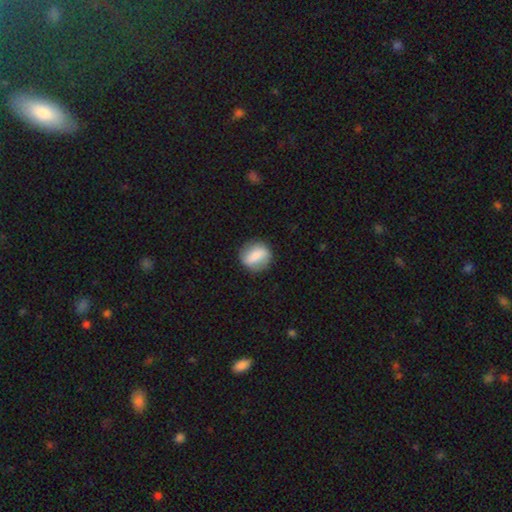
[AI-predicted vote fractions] A smooth galaxy with no disk features (66%) that is round (65%).

Vote fractions:
- Smooth or featured? smooth: 66% / featured or disk: 27% / star or artifact: 7%
- How rounded? round: 65% / in between: 32% / cigar-shaped: 3%
- Merging? none: 82% / minor disturbance: 13% / major disturbance: 4% / merger: 1%